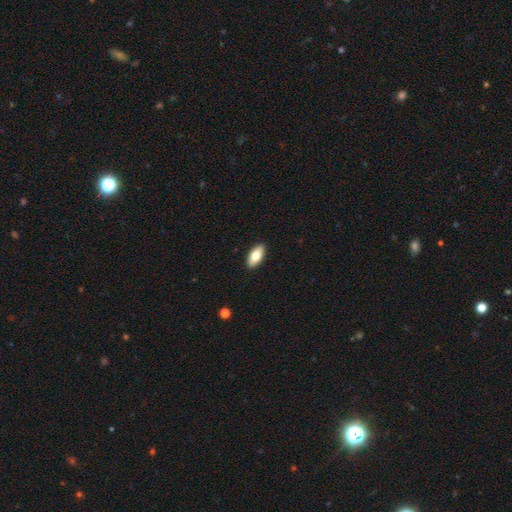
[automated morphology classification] Smooth or featured? smooth (74%)
How rounded? in between (85%)
Merging? none (91%)